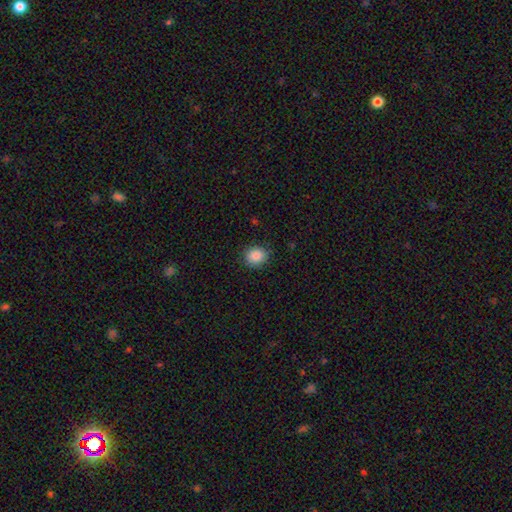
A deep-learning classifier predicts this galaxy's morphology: smooth-or-featured: smooth: 88% | star or artifact: 9% | featured or disk: 4%
  how-rounded: round: 68% | in between: 31% | cigar-shaped: 1%
  merging: none: 87% | minor disturbance: 10% | major disturbance: 3% | merger: 1%